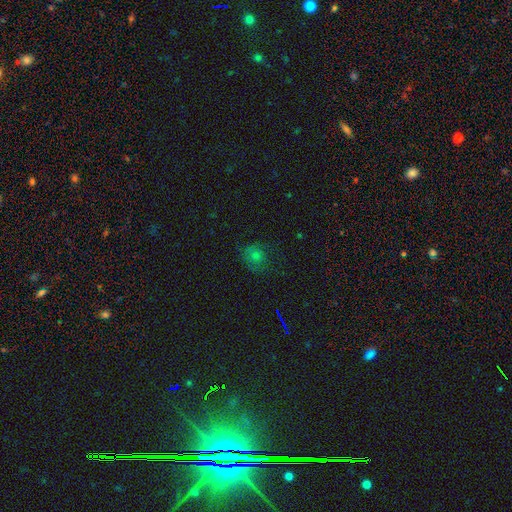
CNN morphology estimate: Overall: smooth (50%; star or artifact 30%). How rounded: round (77%). Merging: none (69%).